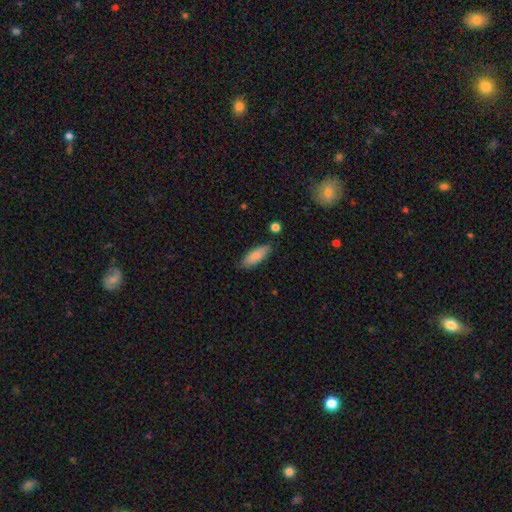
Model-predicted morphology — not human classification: Smooth or featured? Predicted: smooth (p=0.81). How rounded? Predicted: in between (p=0.65). Merging? Predicted: none (p=0.81).